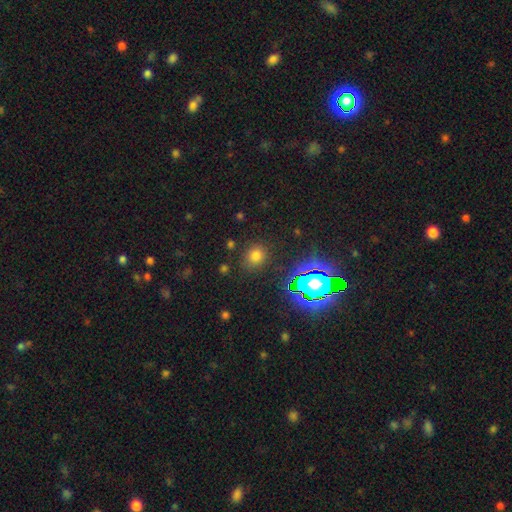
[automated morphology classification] smooth_or_featured: smooth (p=0.69) [alt: star or artifact p=0.24]
how_rounded: round (p=0.75) [alt: in between p=0.24]
merging: none (p=0.84) [alt: minor disturbance p=0.10]